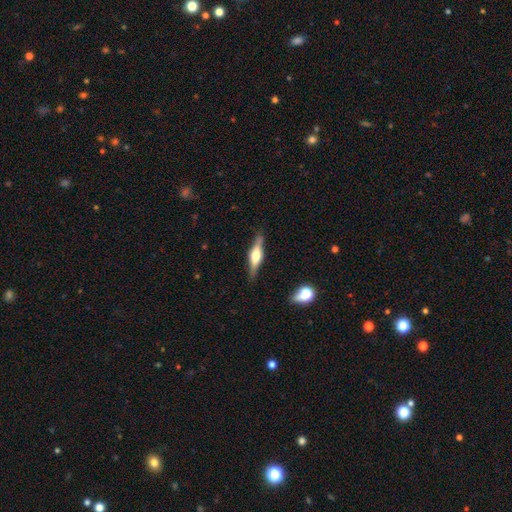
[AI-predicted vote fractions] featured or disk 65%, smooth 28%, star or artifact 6%. Down the decision tree: edge-on disk — yes (96%); edge-on bulge — rounded (85%); merging — none (84%).